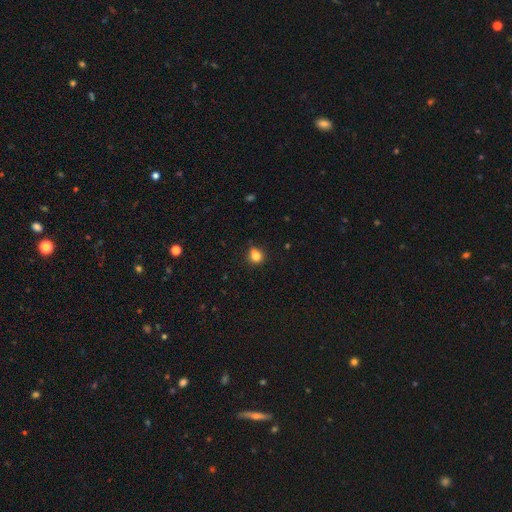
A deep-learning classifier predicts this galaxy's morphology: Q: Smooth or featured?
A: smooth (81%); runner-up: star or artifact (12%)
Q: How rounded?
A: round (69%); runner-up: in between (30%)
Q: Merging?
A: none (63%); runner-up: minor disturbance (23%)